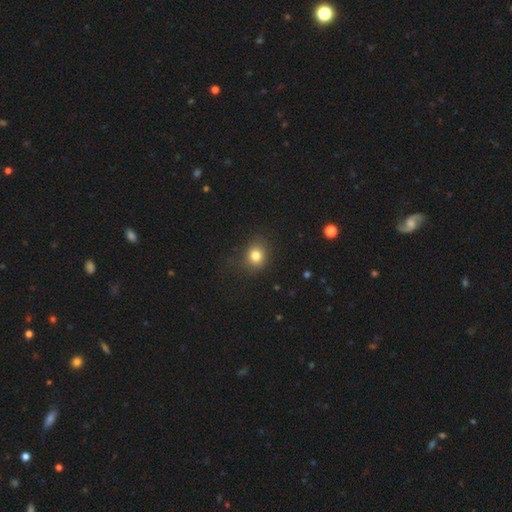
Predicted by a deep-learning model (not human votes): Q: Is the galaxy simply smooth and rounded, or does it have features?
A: smooth — 80%.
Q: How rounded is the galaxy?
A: round — 70%.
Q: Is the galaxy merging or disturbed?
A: none — 79%.